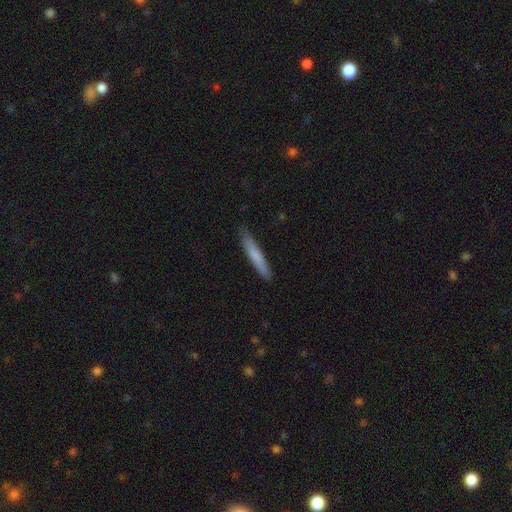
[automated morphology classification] Q: Smooth or featured?
A: smooth (73%); runner-up: featured or disk (22%)
Q: How rounded?
A: cigar-shaped (95%); runner-up: in between (4%)
Q: Merging?
A: none (87%); runner-up: minor disturbance (10%)